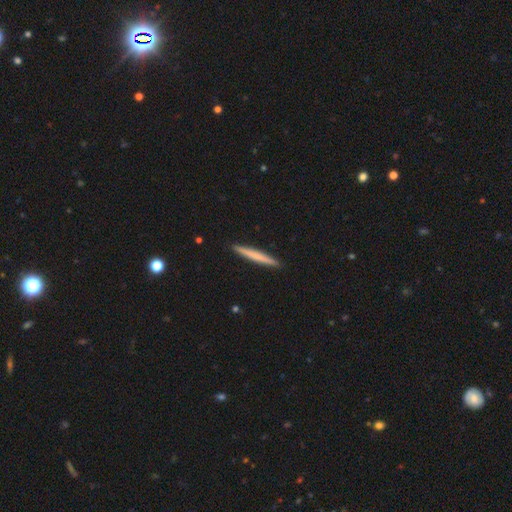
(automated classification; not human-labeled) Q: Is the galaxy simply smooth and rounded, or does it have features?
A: smooth — 64%.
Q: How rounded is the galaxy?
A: cigar-shaped — 97%.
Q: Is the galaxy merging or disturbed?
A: none — 93%.